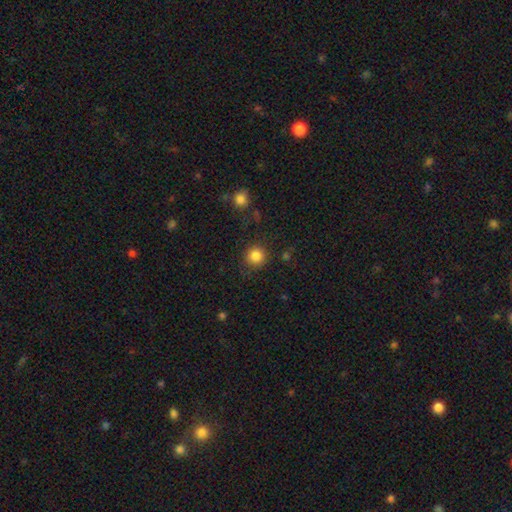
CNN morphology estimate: smooth-or-featured: smooth: 84% | star or artifact: 11% | featured or disk: 4%
  how-rounded: round: 94% | in between: 5% | cigar-shaped: 1%
  merging: none: 87% | minor disturbance: 8% | major disturbance: 3% | merger: 2%